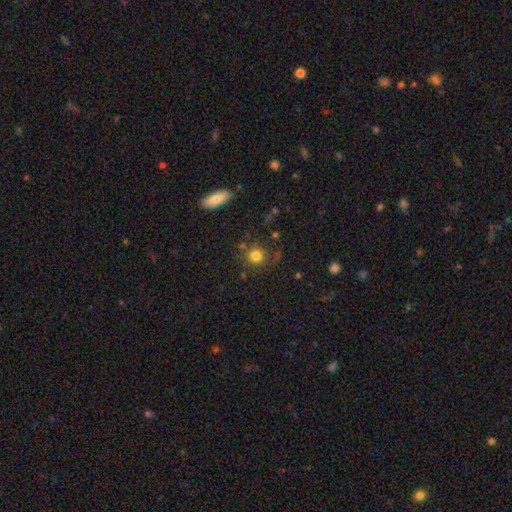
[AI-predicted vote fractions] Smooth or featured: smooth — 80% (star or artifact — 12%)
How rounded: round — 90% (in between — 9%)
Merging: none — 77% (minor disturbance — 11%)